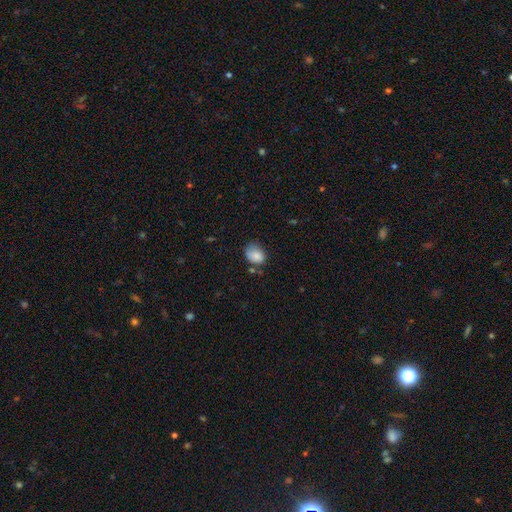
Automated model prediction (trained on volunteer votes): Smooth or featured: smooth — 81% (featured or disk — 10%)
How rounded: in between — 62% (round — 37%)
Merging: none — 49% (minor disturbance — 34%)